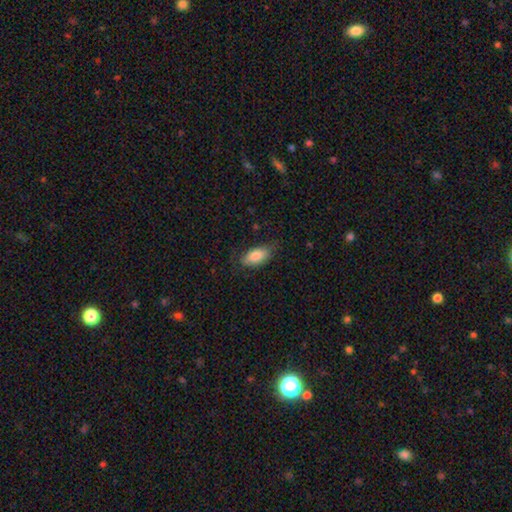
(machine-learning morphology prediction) Smooth or featured: smooth — 84% (featured or disk — 10%)
How rounded: in between — 91% (cigar-shaped — 6%)
Merging: none — 73% (minor disturbance — 20%)